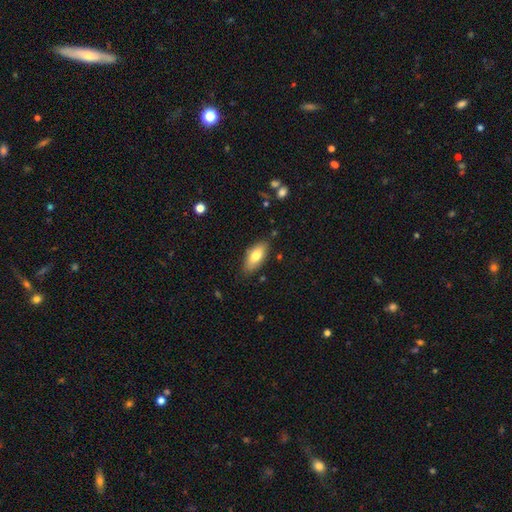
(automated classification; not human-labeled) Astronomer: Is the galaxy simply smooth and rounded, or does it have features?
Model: smooth — 77%.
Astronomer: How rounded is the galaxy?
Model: in between — 85%.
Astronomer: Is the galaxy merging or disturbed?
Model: none — 81%.